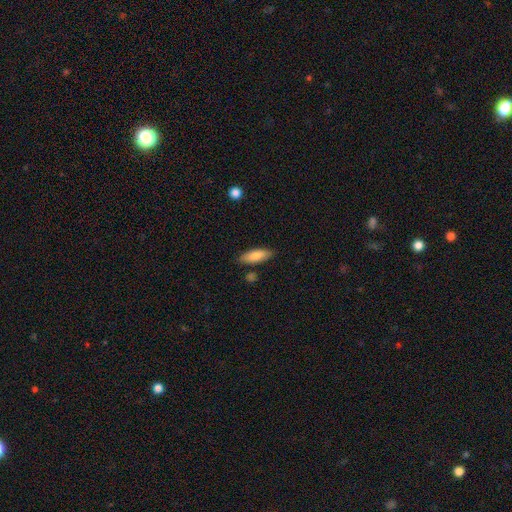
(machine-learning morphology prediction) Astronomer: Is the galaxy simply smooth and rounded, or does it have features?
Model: smooth — 83%.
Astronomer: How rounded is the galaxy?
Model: in between — 62%.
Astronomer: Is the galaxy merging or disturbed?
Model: none — 83%.